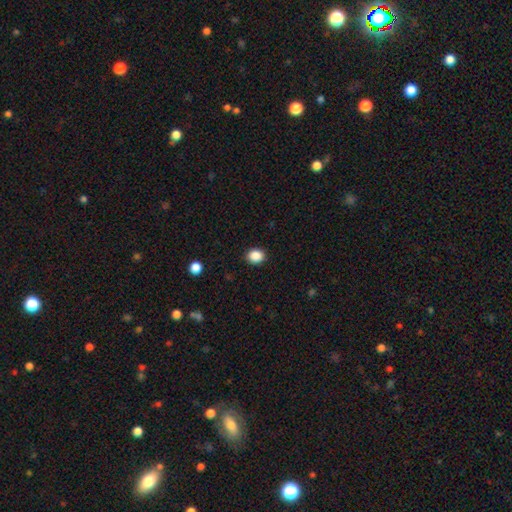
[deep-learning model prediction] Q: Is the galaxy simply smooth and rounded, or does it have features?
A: smooth — 88%.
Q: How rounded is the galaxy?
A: round — 64%.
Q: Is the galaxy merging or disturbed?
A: none — 90%.